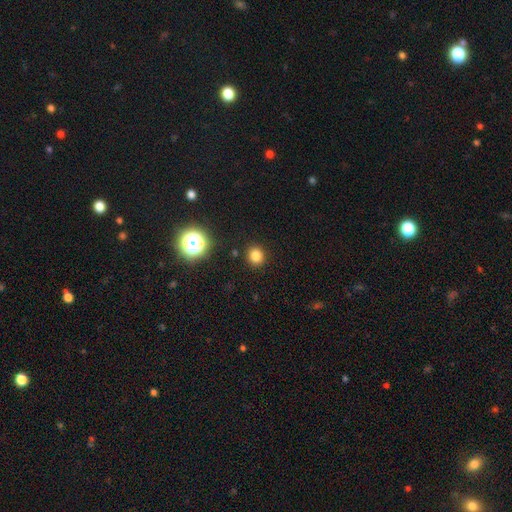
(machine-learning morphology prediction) Smooth or featured? Predicted: smooth (p=0.80). How rounded? Predicted: round (p=0.83). Merging? Predicted: none (p=0.90).